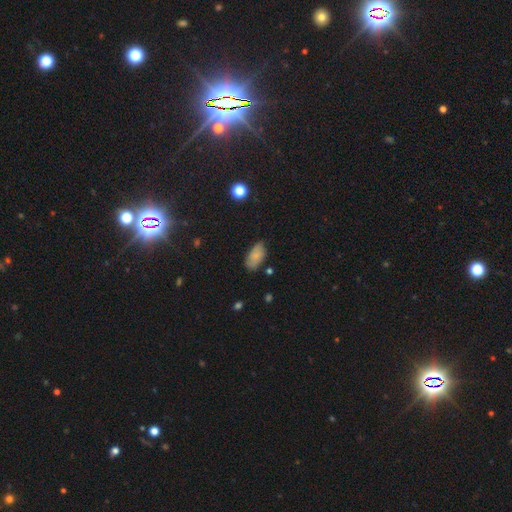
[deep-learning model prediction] Q: Smooth or featured?
A: smooth (75%); runner-up: featured or disk (17%)
Q: How rounded?
A: in between (93%); runner-up: cigar-shaped (4%)
Q: Merging?
A: none (72%); runner-up: minor disturbance (22%)